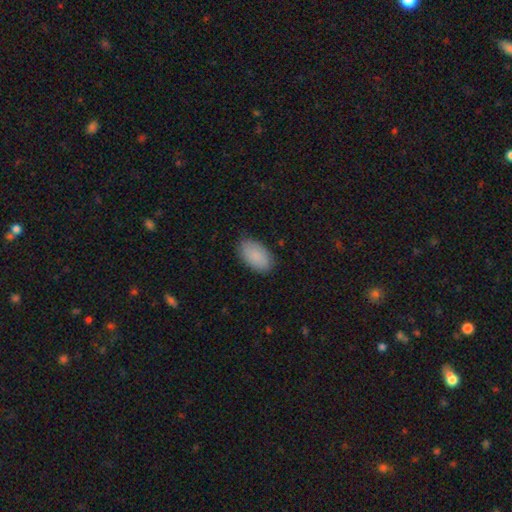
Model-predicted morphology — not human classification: Smooth or featured? Predicted: smooth (p=0.89). How rounded? Predicted: in between (p=0.95). Merging? Predicted: none (p=0.85).